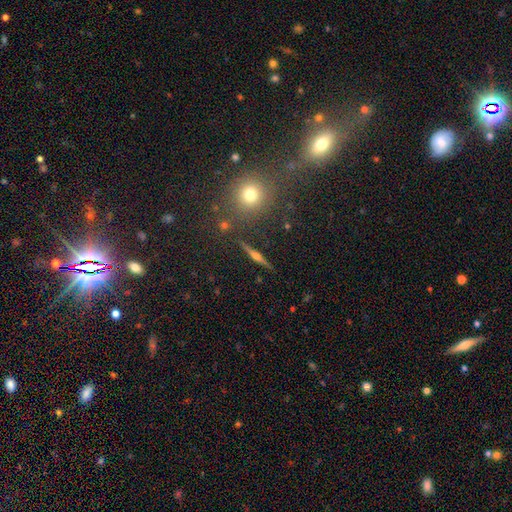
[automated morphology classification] Smooth or featured? Predicted: featured or disk (p=0.71). Edge-on disk? Predicted: yes (p=0.96). Edge-on bulge? Predicted: rounded (p=0.87). Merging? Predicted: none (p=0.89).